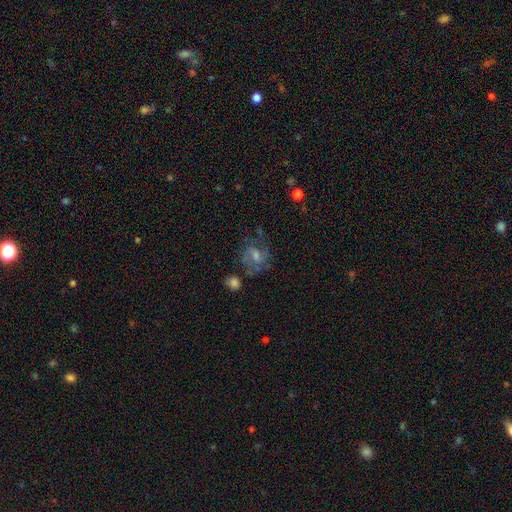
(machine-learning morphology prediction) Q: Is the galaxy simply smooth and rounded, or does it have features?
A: featured or disk — 62%.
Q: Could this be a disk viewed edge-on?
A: no — 97%.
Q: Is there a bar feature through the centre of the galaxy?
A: weak — 48%.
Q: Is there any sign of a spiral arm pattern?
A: yes — 81%.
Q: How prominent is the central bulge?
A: moderate — 47%.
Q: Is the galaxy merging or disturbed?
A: none — 62%.